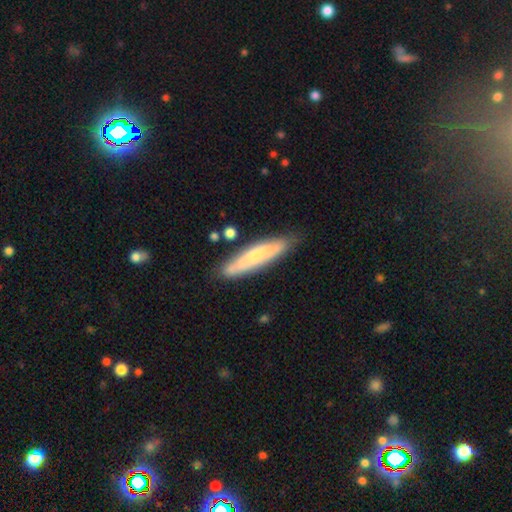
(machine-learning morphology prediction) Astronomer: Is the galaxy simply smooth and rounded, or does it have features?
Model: smooth — 57% (runner-up: featured or disk, 37%).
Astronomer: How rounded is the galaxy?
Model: cigar-shaped — 82%.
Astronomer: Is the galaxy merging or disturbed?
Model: none — 77%.